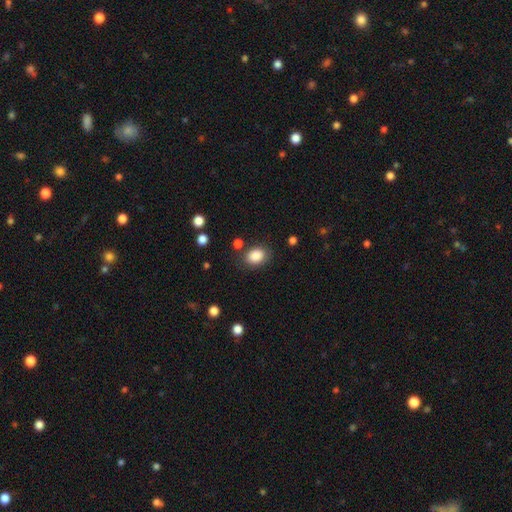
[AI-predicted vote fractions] smooth_or_featured: smooth (p=0.87) [alt: star or artifact p=0.09]
how_rounded: in between (p=0.63) [alt: round p=0.36]
merging: none (p=0.80) [alt: minor disturbance p=0.13]